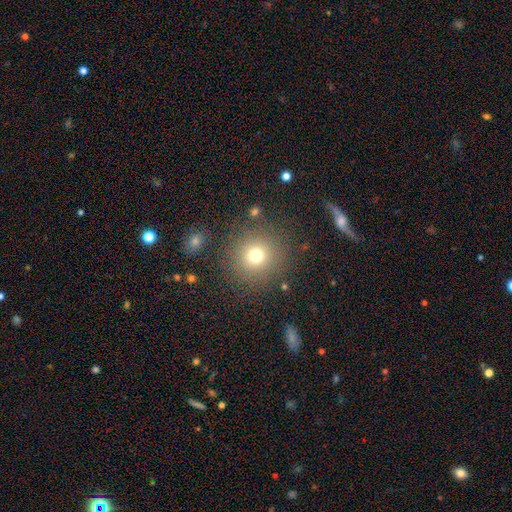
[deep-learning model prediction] This appears to be a smooth galaxy with no disk features (73%) that is round (93%). Merging: none (85%).